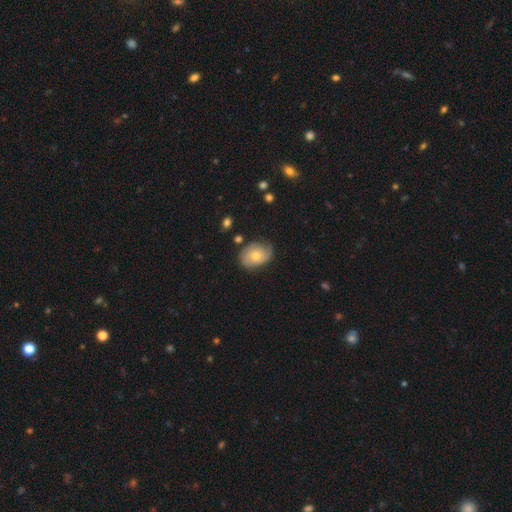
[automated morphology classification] A smooth galaxy with no disk features (59%) that is in between round and cigar-shaped (67%). Merging: none (69%).